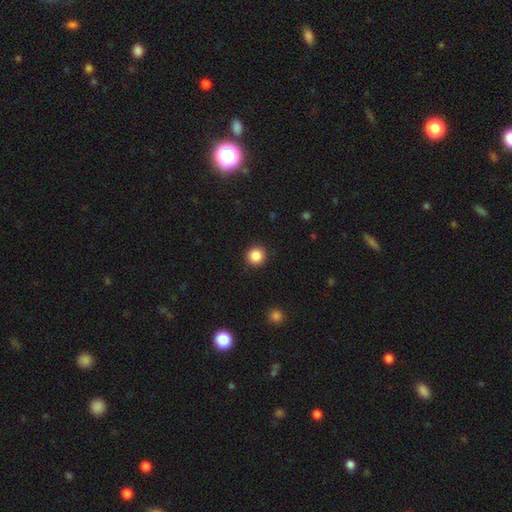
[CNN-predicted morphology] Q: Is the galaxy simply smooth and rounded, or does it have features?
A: smooth — 86%.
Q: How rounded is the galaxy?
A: round — 94%.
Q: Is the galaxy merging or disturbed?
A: none — 92%.